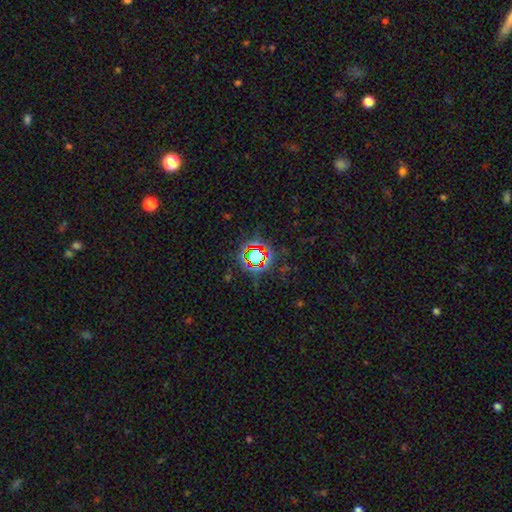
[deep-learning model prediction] Morphology: type=star or artifact (72%).